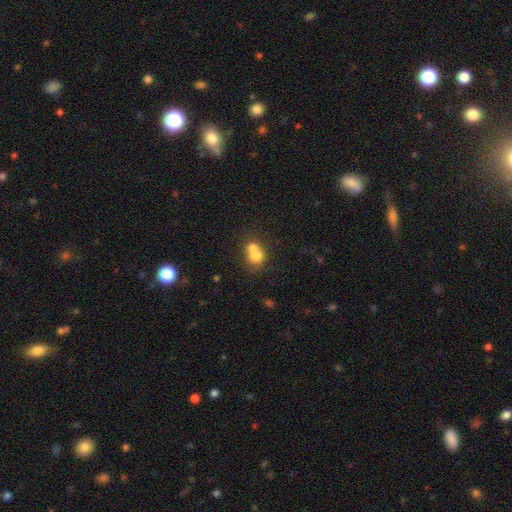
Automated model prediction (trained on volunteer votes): smooth-or-featured: smooth: 71% | featured or disk: 19% | star or artifact: 10%
  how-rounded: round: 73% | in between: 26% | cigar-shaped: 1%
  merging: merger: 64% | none: 27% | minor disturbance: 6% | major disturbance: 3%